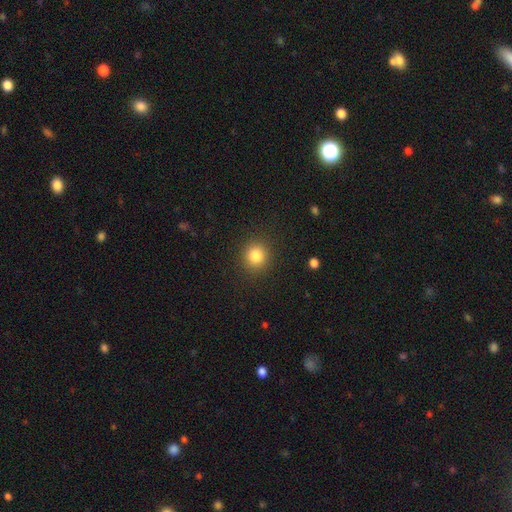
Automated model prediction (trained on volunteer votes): A smooth galaxy with no disk features (84%) that is round (88%). Merging: none (89%).